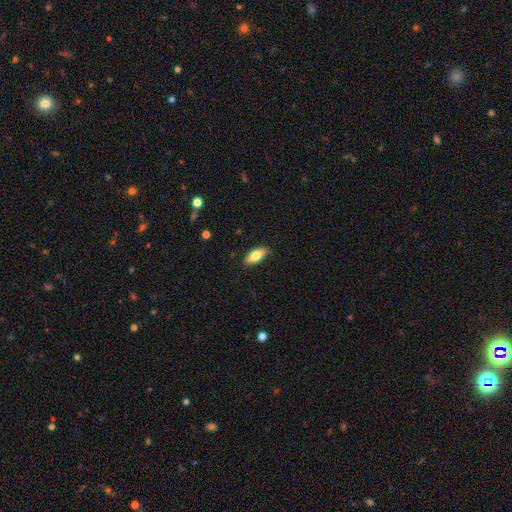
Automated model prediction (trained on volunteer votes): A smooth galaxy with no disk features (76%) that is in between round and cigar-shaped (87%).

Vote fractions:
- Smooth or featured? smooth: 76% / featured or disk: 18% / star or artifact: 7%
- How rounded? in between: 87% / cigar-shaped: 10% / round: 3%
- Merging? none: 84% / minor disturbance: 13% / major disturbance: 2% / merger: 1%